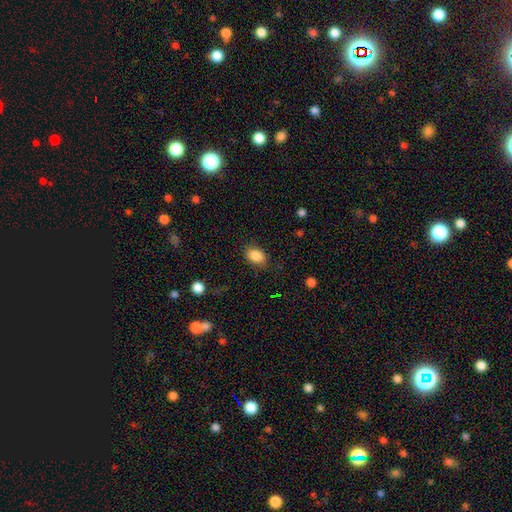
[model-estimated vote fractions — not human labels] Q: Smooth or featured?
A: smooth (87%); runner-up: star or artifact (8%)
Q: How rounded?
A: in between (80%); runner-up: round (19%)
Q: Merging?
A: none (81%); runner-up: minor disturbance (14%)